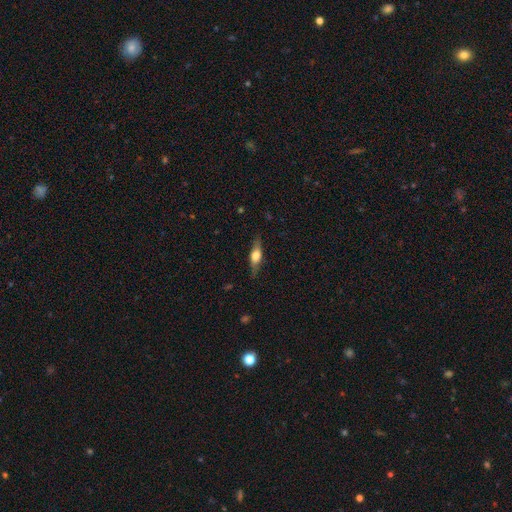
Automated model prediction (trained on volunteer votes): A featured or disk galaxy (48%).

Vote fractions:
- Smooth or featured? featured or disk: 48% / smooth: 46% / star or artifact: 7%
- Merging? none: 81% / minor disturbance: 15% / major disturbance: 4% / merger: 1%